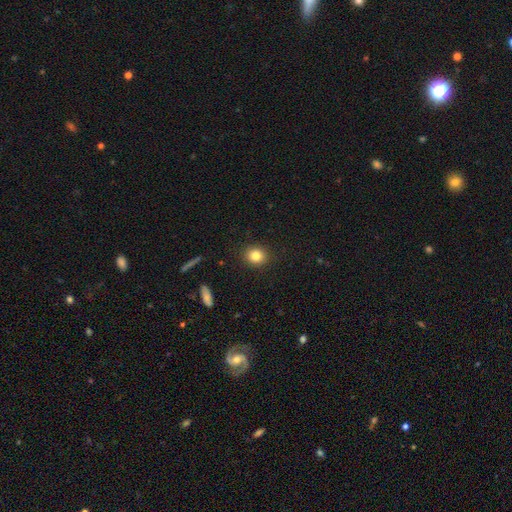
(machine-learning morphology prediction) Overall: smooth (82%). How rounded: round (80%). Merging: none (91%).